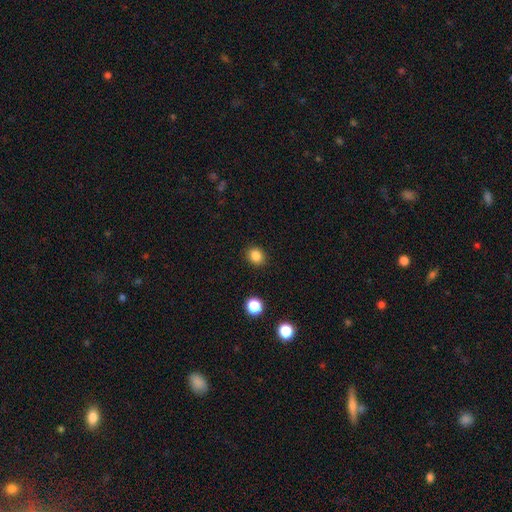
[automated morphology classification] Smooth or featured? smooth (85%)
How rounded? round (66%)
Merging? none (90%)